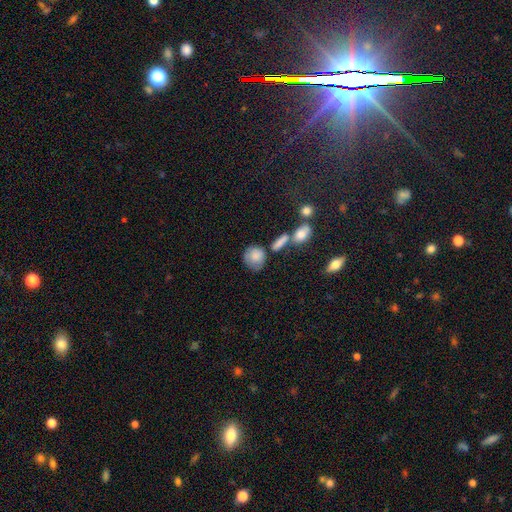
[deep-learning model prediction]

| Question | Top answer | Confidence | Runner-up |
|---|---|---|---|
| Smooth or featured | smooth | 79% | featured or disk (13%) |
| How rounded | round | 67% | in between (30%) |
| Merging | none | 51% | minor disturbance (23%) |